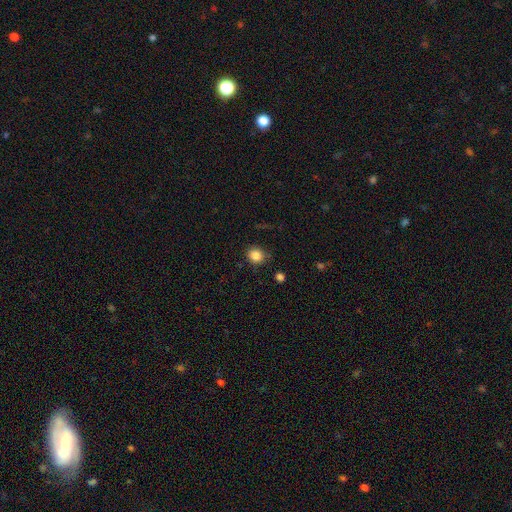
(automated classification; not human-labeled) Q: Smooth or featured?
A: smooth (85%); runner-up: star or artifact (11%)
Q: How rounded?
A: round (79%); runner-up: in between (20%)
Q: Merging?
A: none (82%); runner-up: minor disturbance (12%)